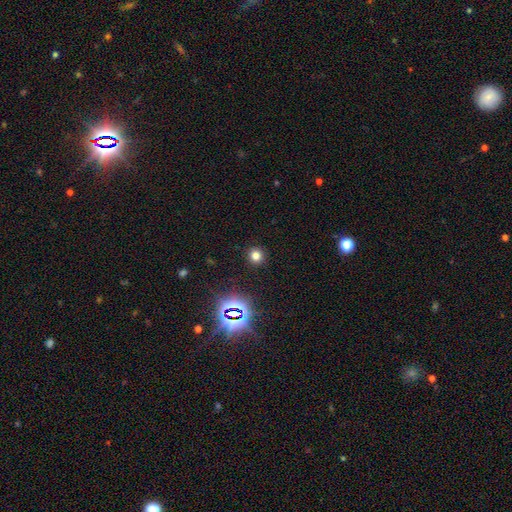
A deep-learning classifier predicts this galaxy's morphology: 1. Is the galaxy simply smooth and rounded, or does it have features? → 73% smooth, 21% star or artifact, 6% featured or disk.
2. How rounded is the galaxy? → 91% round, 8% in between, 1% cigar-shaped.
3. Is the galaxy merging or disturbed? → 91% none, 5% minor disturbance, 2% major disturbance, 1% merger.